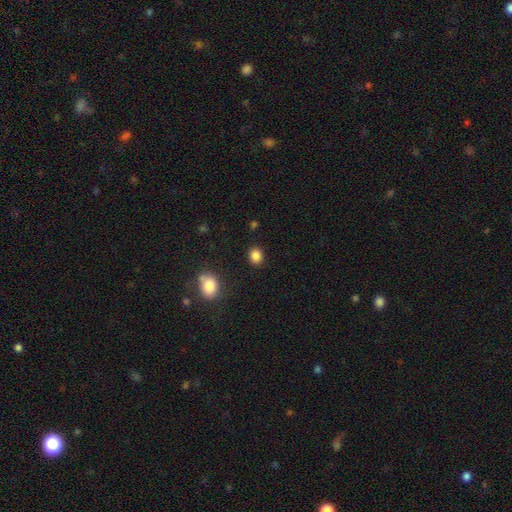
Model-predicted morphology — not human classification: Smooth or featured? smooth (86%)
How rounded? round (67%)
Merging? none (88%)